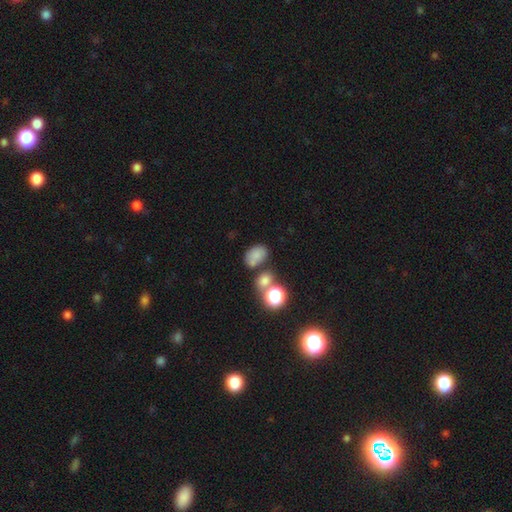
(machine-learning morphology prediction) smooth-or-featured: smooth: 74% | star or artifact: 15% | featured or disk: 11%
  how-rounded: in between: 73% | round: 26% | cigar-shaped: 1%
  merging: none: 49% | merger: 29% | minor disturbance: 15% | major disturbance: 7%